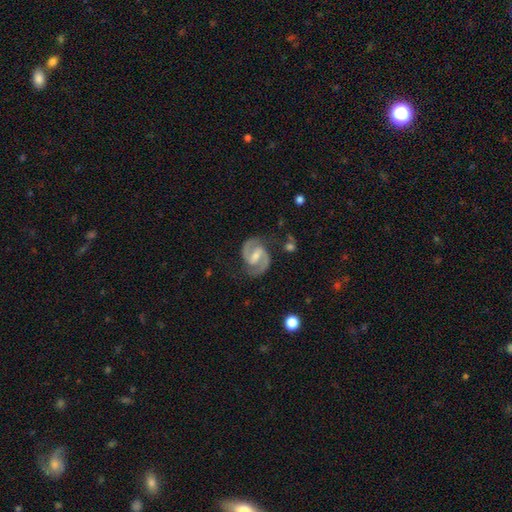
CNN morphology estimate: Q: Smooth or featured?
A: featured or disk (91%); runner-up: smooth (5%)
Q: Edge-on disk?
A: no (98%); runner-up: yes (2%)
Q: Bar?
A: weak (46%); runner-up: strong (42%)
Q: Spiral arms?
A: yes (98%); runner-up: no (2%)
Q: Spiral winding?
A: medium (62%); runner-up: tight (23%)
Q: Spiral arm count?
A: 2 (94%); runner-up: can't tell (2%)
Q: Bulge size?
A: small (43%); tied with: moderate (43%)
Q: Merging?
A: none (80%); runner-up: minor disturbance (14%)